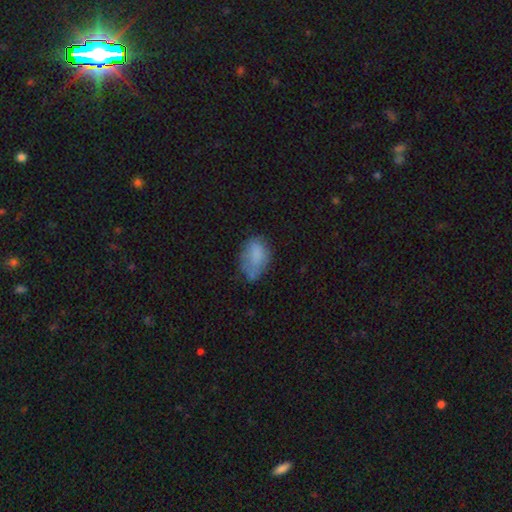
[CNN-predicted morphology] This appears to be a smooth galaxy with no disk features (77%) that is in between round and cigar-shaped (86%). Merging: none (43%).